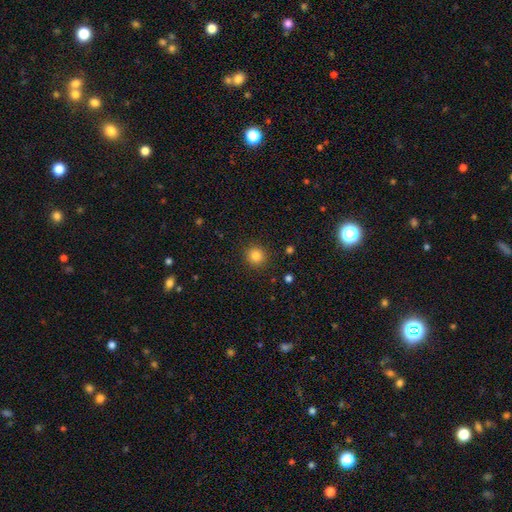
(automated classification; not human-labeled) This is clearly a smooth galaxy (84%). How rounded: clearly round (93%). Merging: clearly none (90%).